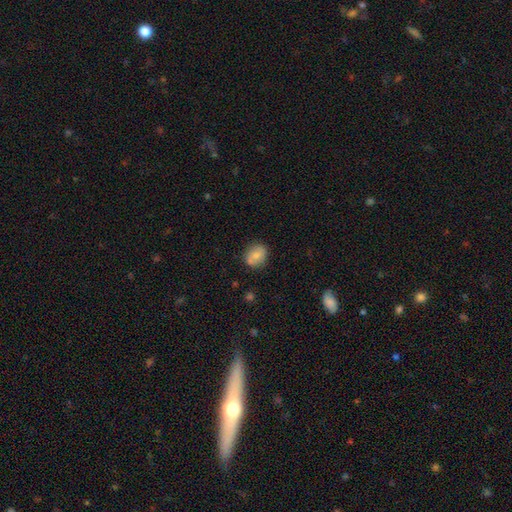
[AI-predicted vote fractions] smooth_or_featured: smooth (p=0.73) [alt: featured or disk p=0.18]
how_rounded: round (p=0.56) [alt: in between p=0.42]
merging: none (p=0.76) [alt: minor disturbance p=0.16]